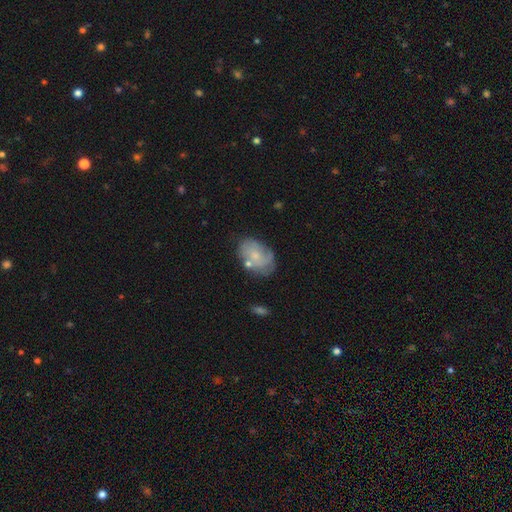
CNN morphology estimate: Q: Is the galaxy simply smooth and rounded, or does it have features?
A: featured or disk — 47%.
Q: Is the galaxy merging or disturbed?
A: none — 58%.